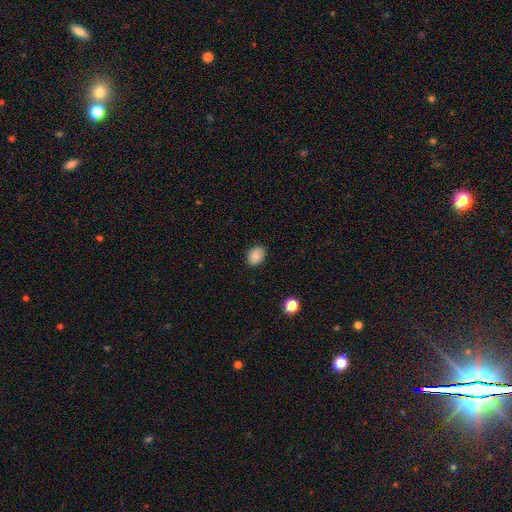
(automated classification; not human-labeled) This is clearly a smooth galaxy (88%). How rounded: likely in between (72%). Merging: clearly none (88%).